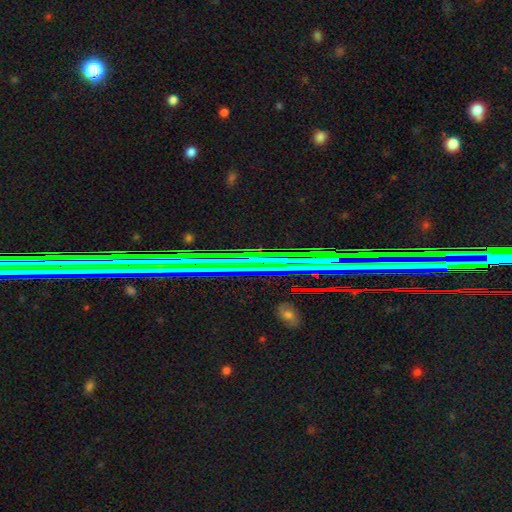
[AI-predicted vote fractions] This appears to be a star or artifact, not a galaxy (73%).